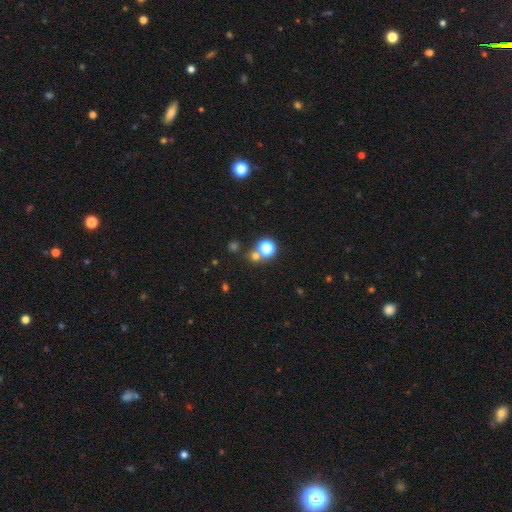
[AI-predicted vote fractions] Smooth or featured: smooth — 62% (star or artifact — 31%)
How rounded: round — 88% (in between — 11%)
Merging: none — 65% (merger — 24%)